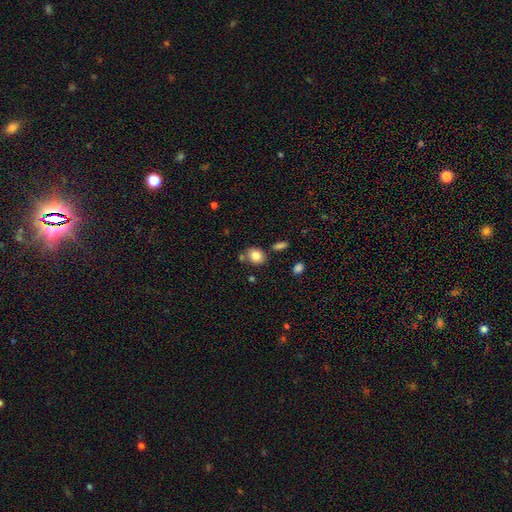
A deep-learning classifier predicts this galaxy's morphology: type=smooth (82%); roundness=round (56%); merging=none (73%).